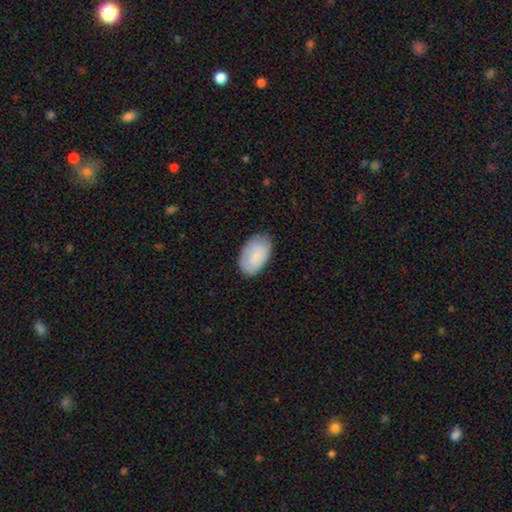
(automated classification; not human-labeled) A smooth galaxy with no disk features (82%) that is in between round and cigar-shaped (93%).

Vote fractions:
- Smooth or featured? smooth: 82% / featured or disk: 13% / star or artifact: 6%
- How rounded? in between: 93% / round: 6% / cigar-shaped: 1%
- Merging? none: 78% / minor disturbance: 17% / major disturbance: 3% / merger: 1%